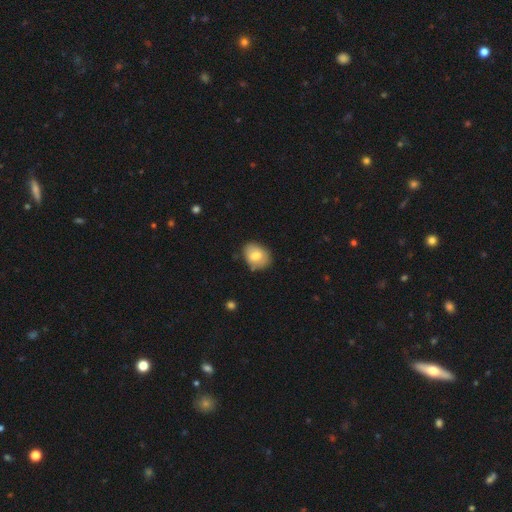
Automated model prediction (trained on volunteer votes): Morphology: type=smooth (75%); roundness=in between (59%); merging=none (71%).